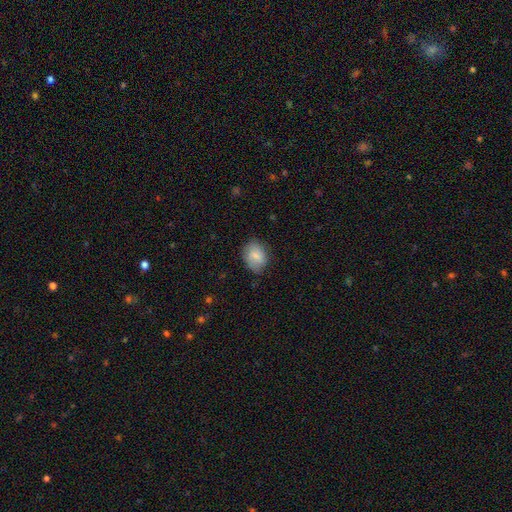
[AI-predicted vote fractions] Smooth or featured? Predicted: smooth (p=0.79). How rounded? Predicted: in between (p=0.69). Merging? Predicted: none (p=0.72).